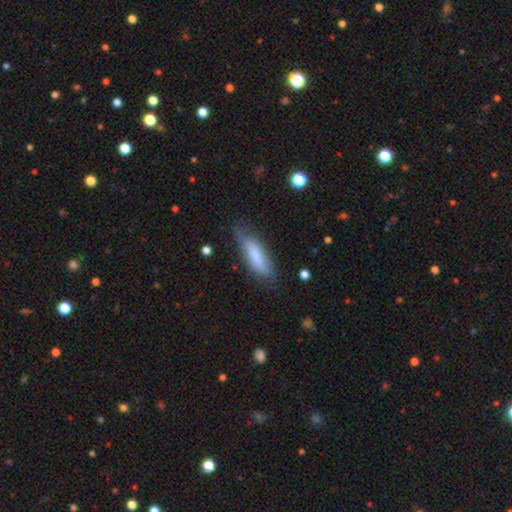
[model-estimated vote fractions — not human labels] A smooth galaxy with no disk features (71%) that is cigar-shaped (54%).

Vote fractions:
- Smooth or featured? smooth: 71% / featured or disk: 23% / star or artifact: 7%
- How rounded? cigar-shaped: 54% / in between: 45% / round: 2%
- Merging? none: 61% / minor disturbance: 29% / major disturbance: 8% / merger: 2%